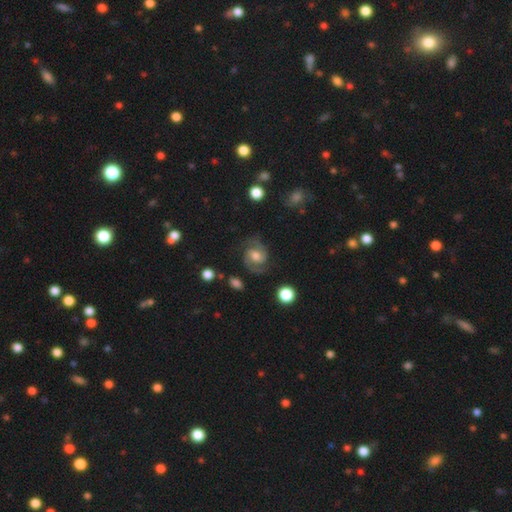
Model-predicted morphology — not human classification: Smooth or featured?
  - featured or disk: 85% *
  - smooth: 9%
  - star or artifact: 6%
Edge-on disk?
  - no: 98% *
  - yes: 2%
Bar?
  - no: 49% *
  - weak: 41%
  - strong: 10%
Spiral arms?
  - yes: 97% *
  - no: 3%
Spiral winding?
  - medium: 57% *
  - tight: 28%
  - loose: 15%
Spiral arm count?
  - 2: 93% *
  - can't tell: 2%
  - 3: 2%
  - 1: 1%
  - 4: 1%
  - more than 4: 1%
Bulge size?
  - moderate: 68% *
  - small: 15%
  - large: 13%
  - none: 2%
  - dominant: 1%
Merging?
  - none: 79% *
  - minor disturbance: 13%
  - major disturbance: 6%
  - merger: 2%